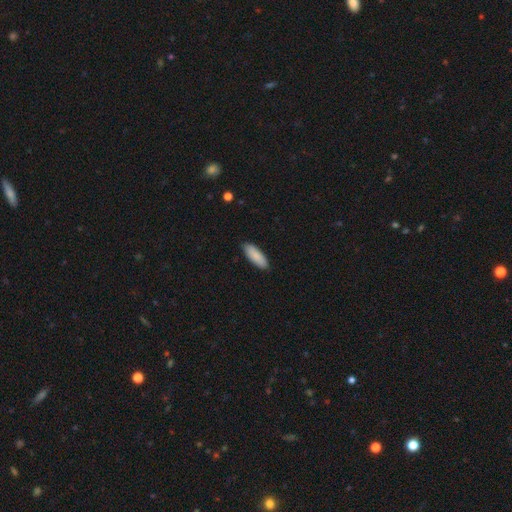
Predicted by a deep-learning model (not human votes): Smooth or featured?
  - smooth: 88% *
  - featured or disk: 6%
  - star or artifact: 5%
How rounded?
  - in between: 65% *
  - cigar-shaped: 33%
  - round: 1%
Merging?
  - none: 88% *
  - minor disturbance: 9%
  - major disturbance: 2%
  - merger: 1%